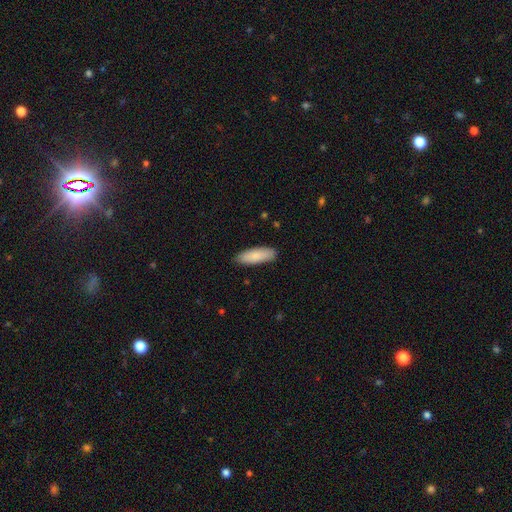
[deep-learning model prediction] Overall: smooth (85%). How rounded: in between (58%; cigar-shaped 40%). Merging: none (88%).